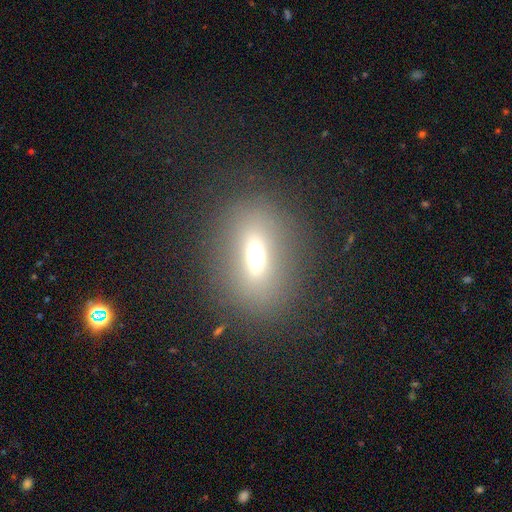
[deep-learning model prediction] Smooth or featured? Predicted: smooth (p=0.56). How rounded? Predicted: in between (p=0.59). Merging? Predicted: none (p=0.79).